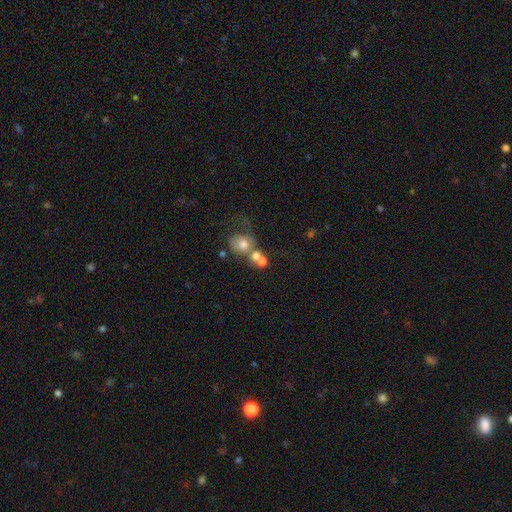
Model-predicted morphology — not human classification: This is likely a smooth galaxy (64%). How rounded: likely round (74%). Merging: possibly merger (53%).